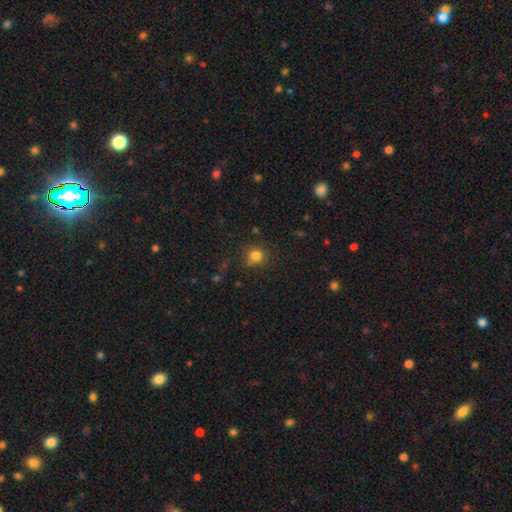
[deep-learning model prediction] smooth 81%, star or artifact 13%, featured or disk 6%. Down the decision tree: how rounded — round (86%); merging — none (75%).